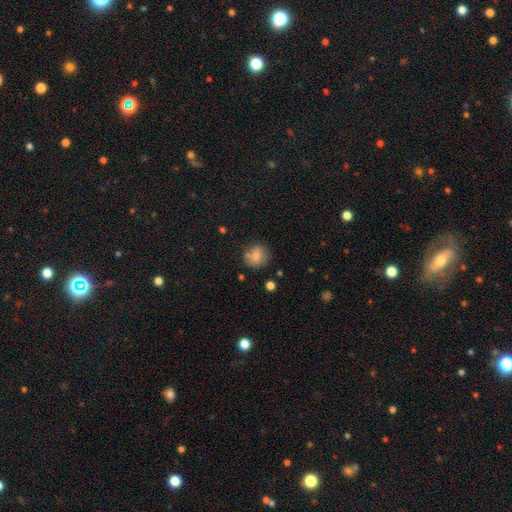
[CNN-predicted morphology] smooth_or_featured: smooth (p=0.77) [alt: featured or disk p=0.13]
how_rounded: round (p=0.83) [alt: in between p=0.16]
merging: none (p=0.71) [alt: minor disturbance p=0.16]